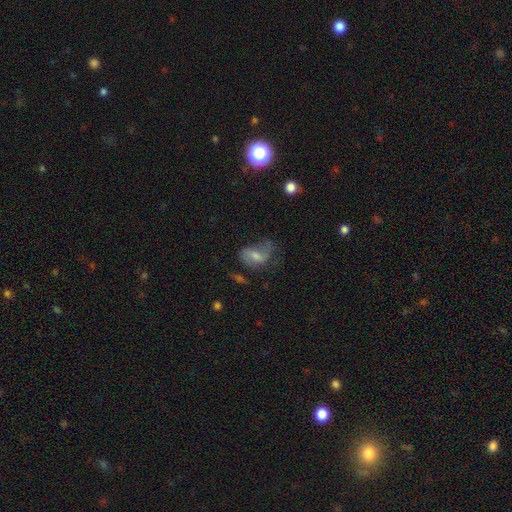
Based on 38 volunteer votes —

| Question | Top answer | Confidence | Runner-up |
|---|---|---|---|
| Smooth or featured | featured or disk | 55% | smooth (37%) |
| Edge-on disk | no | 90% | yes (10%) |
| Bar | no | 47% | weak (37%) |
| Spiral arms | yes | 68% | no (32%) |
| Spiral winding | loose | 54% | tight (23%) |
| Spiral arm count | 1 | 62% | 2 (31%) |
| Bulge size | small | 32% | none (26%) |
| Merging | minor disturbance | 43% | none (29%) |